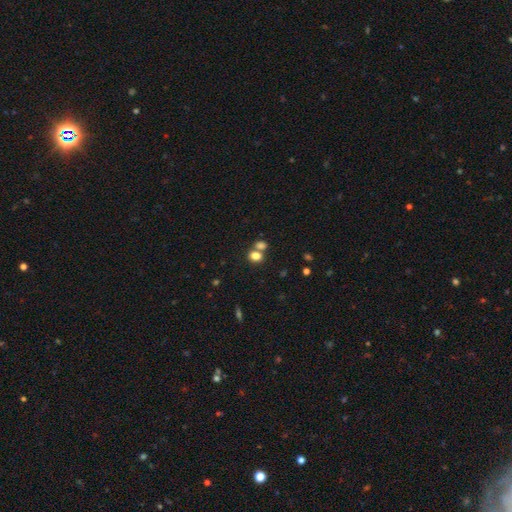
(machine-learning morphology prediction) Smooth or featured? smooth (79%)
How rounded? in between (57%)
Merging? none (44%)